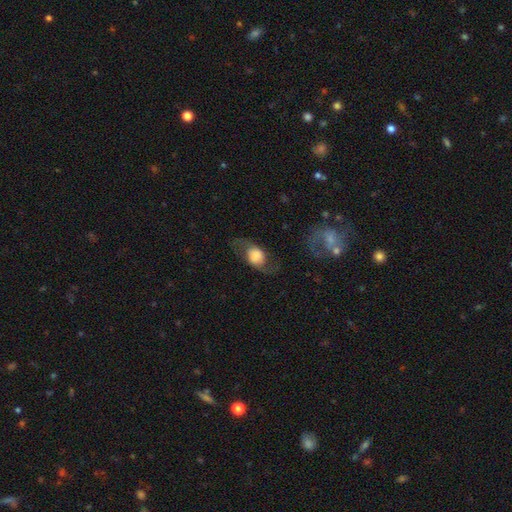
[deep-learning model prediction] A featured or disk galaxy (52%). Merging: none (63%).